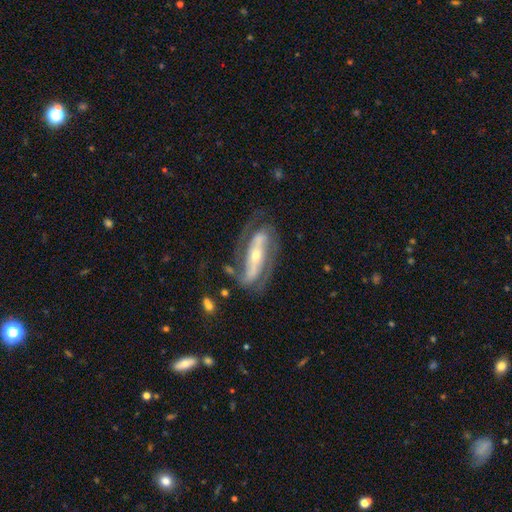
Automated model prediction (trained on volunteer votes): Smooth or featured?
  - featured or disk: 85% *
  - smooth: 10%
  - star or artifact: 5%
Edge-on disk?
  - no: 86% *
  - yes: 14%
Bar?
  - strong: 60% *
  - no: 22%
  - weak: 17%
Spiral arms?
  - yes: 90% *
  - no: 10%
Spiral winding?
  - medium: 42% *
  - tight: 38%
  - loose: 20%
Spiral arm count?
  - 2: 84% *
  - can't tell: 8%
  - 1: 3%
  - 3: 3%
  - 4: 1%
  - more than 4: 1%
Bulge size?
  - small: 54% *
  - moderate: 41%
  - large: 3%
  - dominant: 1%
  - none: 1%
Merging?
  - none: 67% *
  - minor disturbance: 17%
  - major disturbance: 13%
  - merger: 3%